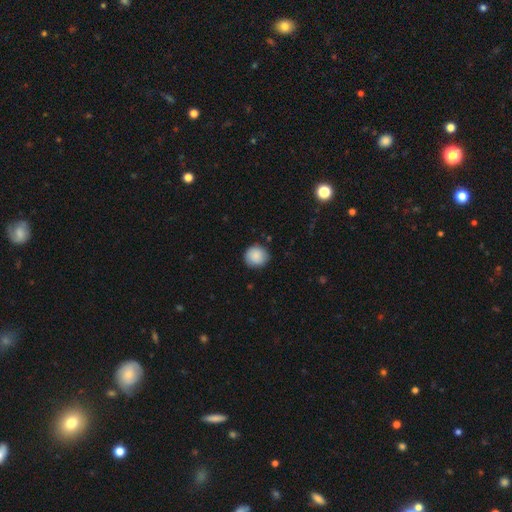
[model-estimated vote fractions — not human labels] This appears to be a smooth galaxy with no disk features (88%) that is round (90%). Merging: none (86%).